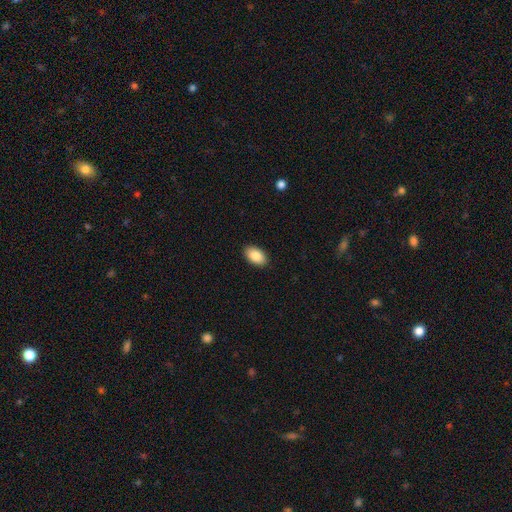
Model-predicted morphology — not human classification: type=smooth (87%); roundness=in between (94%); merging=none (90%).